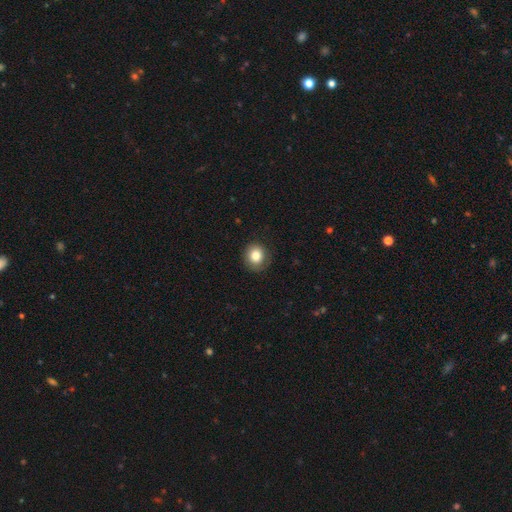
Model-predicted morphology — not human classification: Smooth or featured? smooth (81%)
How rounded? round (83%)
Merging? none (84%)